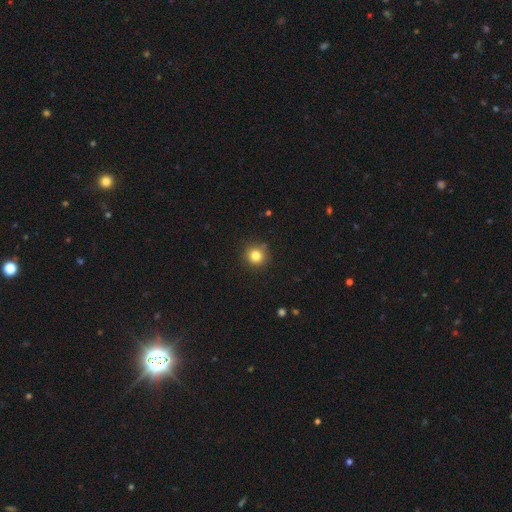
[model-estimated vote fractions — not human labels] Smooth or featured? Predicted: smooth (p=0.82). How rounded? Predicted: round (p=0.93). Merging? Predicted: none (p=0.86).